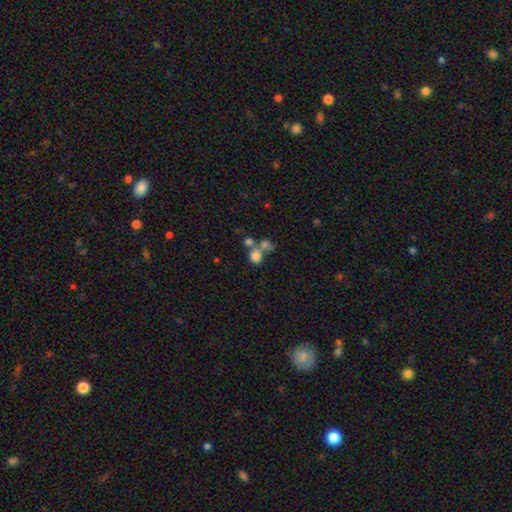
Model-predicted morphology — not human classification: The model was most divided on "merging": merger: 48%, none: 36%, minor disturbance: 8%, major disturbance: 7%. More confident: how rounded — round (79%); smooth or featured — smooth (74%).